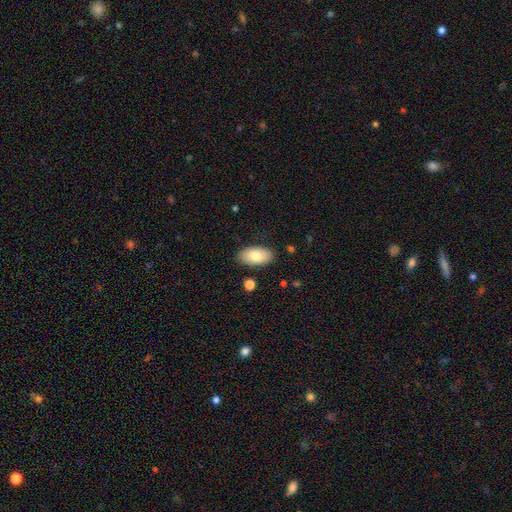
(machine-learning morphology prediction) type=smooth (79%); roundness=in between (95%); merging=none (86%).